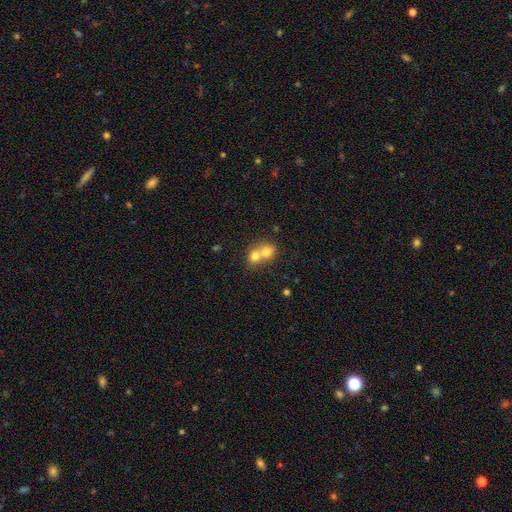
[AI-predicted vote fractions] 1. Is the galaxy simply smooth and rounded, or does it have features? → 73% smooth, 17% featured or disk, 10% star or artifact.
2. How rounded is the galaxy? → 69% round, 30% in between, 1% cigar-shaped.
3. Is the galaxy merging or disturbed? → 72% merger, 21% none, 4% minor disturbance, 2% major disturbance.